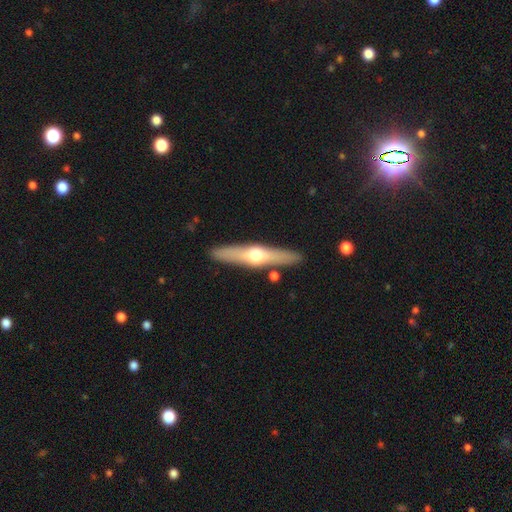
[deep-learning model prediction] Smooth or featured? Predicted: featured or disk (p=0.59). Edge-on disk? Predicted: yes (p=0.93). Edge-on bulge? Predicted: rounded (p=0.94). Merging? Predicted: none (p=0.88).